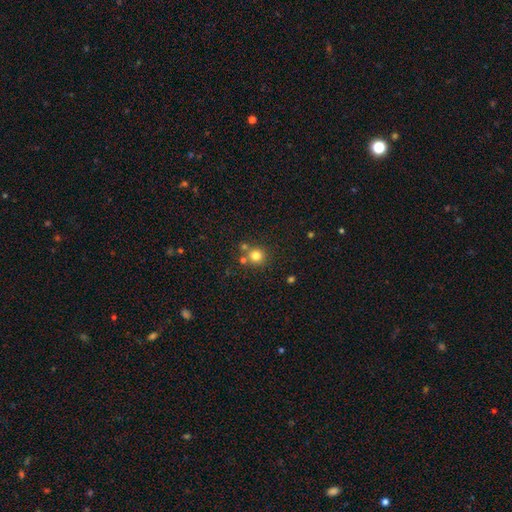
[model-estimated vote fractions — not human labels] Smooth or featured?
  - smooth: 79% *
  - star or artifact: 14%
  - featured or disk: 8%
How rounded?
  - round: 90% *
  - in between: 9%
  - cigar-shaped: 1%
Merging?
  - none: 70% *
  - merger: 19%
  - minor disturbance: 8%
  - major disturbance: 3%